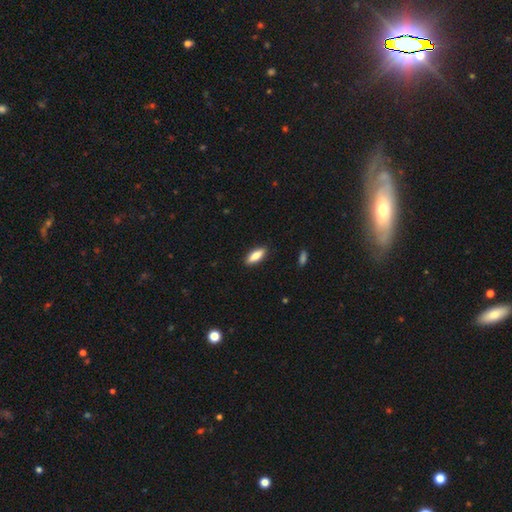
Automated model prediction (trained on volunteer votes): Smooth or featured?
  - smooth: 81% *
  - featured or disk: 13%
  - star or artifact: 6%
How rounded?
  - in between: 62% *
  - cigar-shaped: 36%
  - round: 2%
Merging?
  - none: 89% *
  - minor disturbance: 8%
  - major disturbance: 2%
  - merger: 1%